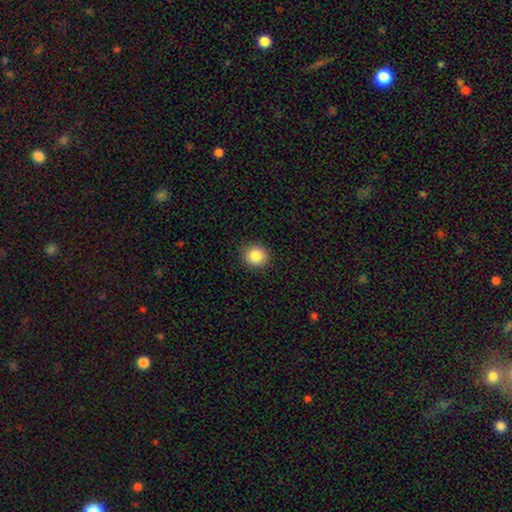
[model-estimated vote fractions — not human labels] A smooth galaxy with no disk features (85%) that is round (86%).

Vote fractions:
- Smooth or featured? smooth: 85% / star or artifact: 10% / featured or disk: 5%
- How rounded? round: 86% / in between: 13% / cigar-shaped: 1%
- Merging? none: 90% / minor disturbance: 7% / major disturbance: 2% / merger: 1%